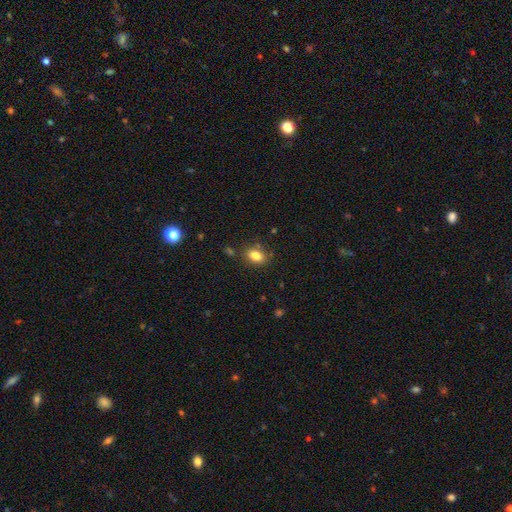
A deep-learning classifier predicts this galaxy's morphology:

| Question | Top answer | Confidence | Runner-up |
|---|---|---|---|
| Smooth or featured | smooth | 83% | star or artifact (10%) |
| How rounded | in between | 80% | round (18%) |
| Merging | none | 82% | minor disturbance (12%) |